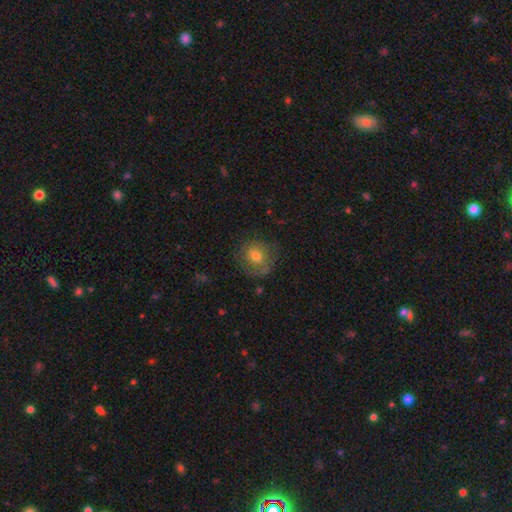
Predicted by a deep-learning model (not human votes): Smooth or featured? smooth (60%)
How rounded? round (85%)
Merging? none (70%)